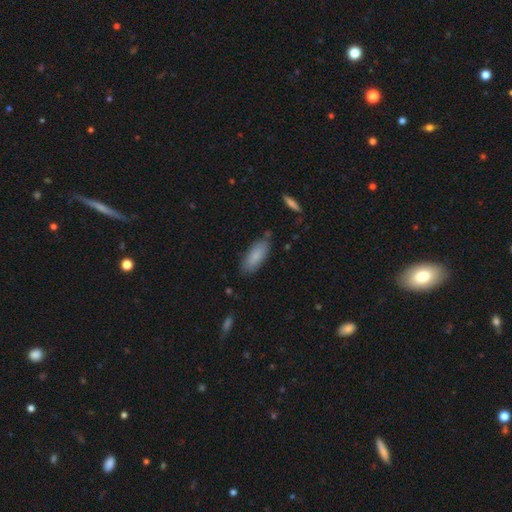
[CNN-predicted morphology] Smooth or featured?
  - smooth: 84% *
  - featured or disk: 10%
  - star or artifact: 6%
How rounded?
  - in between: 78% *
  - cigar-shaped: 20%
  - round: 2%
Merging?
  - none: 77% *
  - minor disturbance: 17%
  - major disturbance: 3%
  - merger: 3%